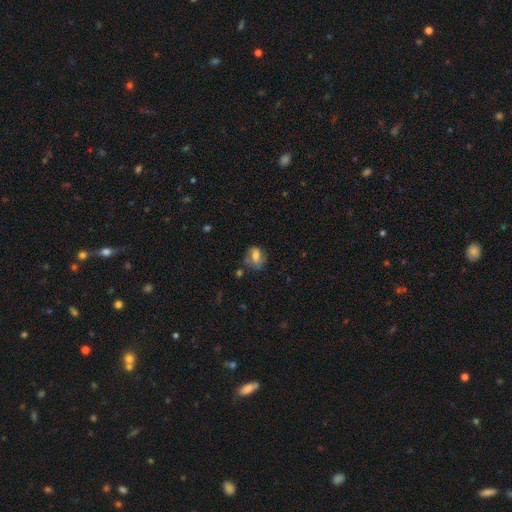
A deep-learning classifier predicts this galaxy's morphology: This is likely a smooth galaxy (61%). How rounded: possibly in between (59%). Merging: possibly none (51%).